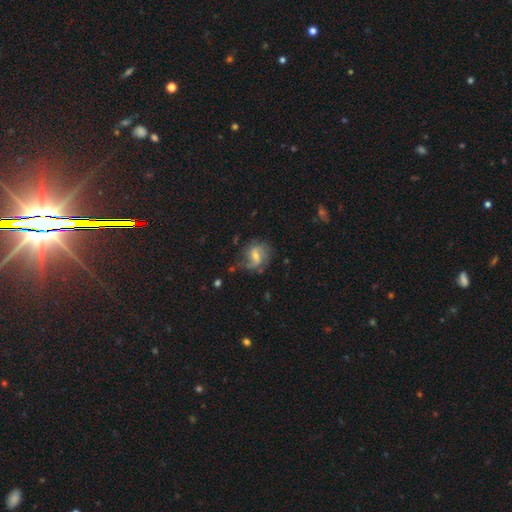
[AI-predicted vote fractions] Smooth or featured? featured or disk (69%)
Edge-on disk? no (97%)
Bar? weak (53%)
Spiral arms? yes (89%)
Spiral winding? loose (45%)
Spiral arm count? 2 (68%)
Bulge size? moderate (49%)
Merging? none (61%)